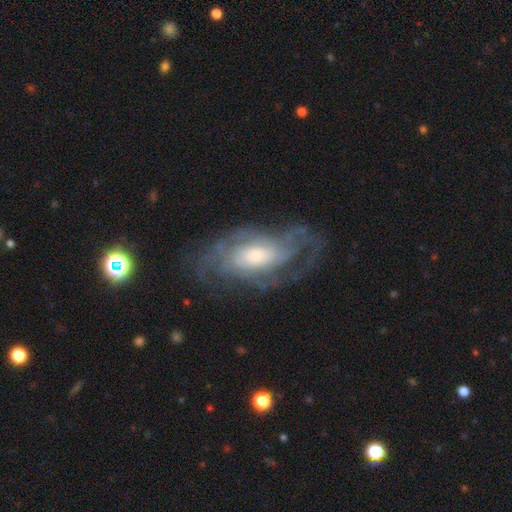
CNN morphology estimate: Smooth or featured? featured or disk (82%)
Edge-on disk? no (94%)
Bar? no (68%)
Spiral arms? yes (92%)
Spiral winding? tight (52%)
Spiral arm count? can't tell (39%)
Bulge size? moderate (40%)
Merging? none (66%)